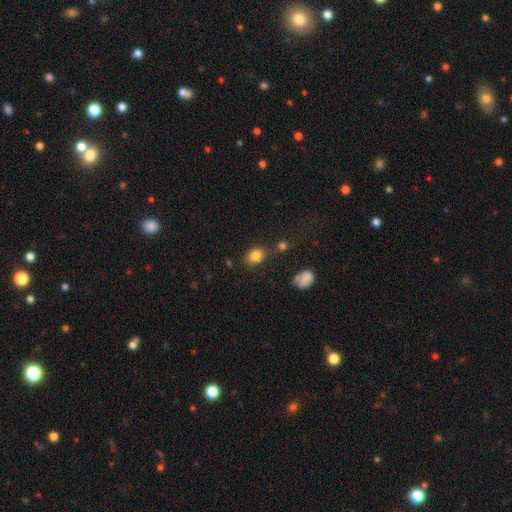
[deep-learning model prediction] A smooth galaxy with no disk features (82%) that is in between round and cigar-shaped (64%). Merging: none (73%).